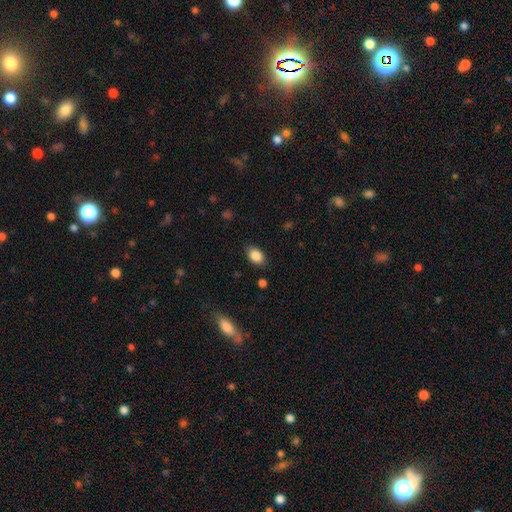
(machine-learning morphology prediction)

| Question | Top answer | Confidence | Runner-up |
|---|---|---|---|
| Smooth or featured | smooth | 87% | star or artifact (8%) |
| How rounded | in between | 80% | round (18%) |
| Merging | none | 84% | minor disturbance (12%) |